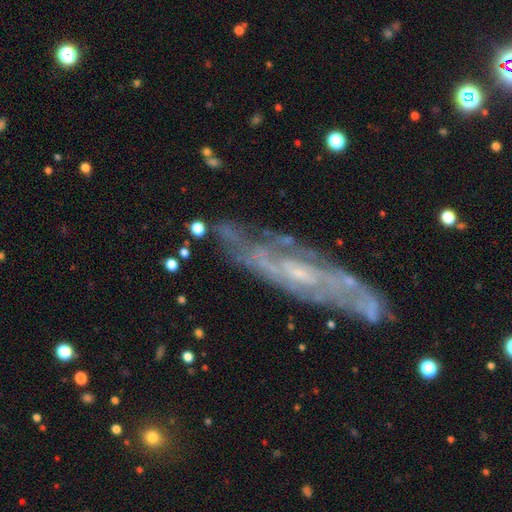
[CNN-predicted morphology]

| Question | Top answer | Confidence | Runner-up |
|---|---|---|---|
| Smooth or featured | featured or disk | 82% | smooth (11%) |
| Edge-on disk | no | 77% | yes (23%) |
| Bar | no | 51% | weak (38%) |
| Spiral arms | yes | 88% | no (12%) |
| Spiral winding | tight | 48% | medium (39%) |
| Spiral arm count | can't tell | 44% | 2 (33%) |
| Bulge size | small | 70% | moderate (19%) |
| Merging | none | 70% | minor disturbance (18%) |